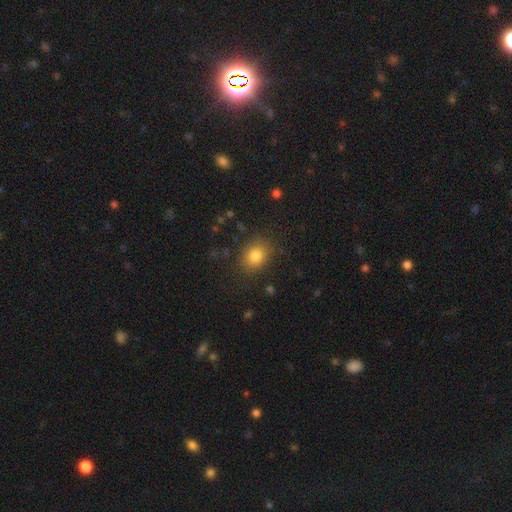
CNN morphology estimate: Smooth or featured? Predicted: smooth (p=0.82). How rounded? Predicted: round (p=0.53). Merging? Predicted: none (p=0.83).